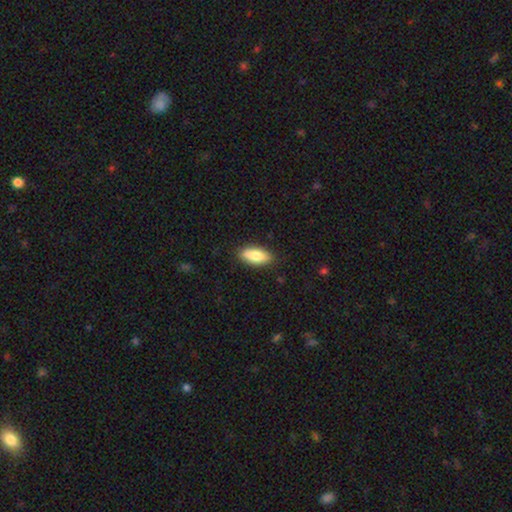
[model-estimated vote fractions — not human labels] A smooth galaxy with no disk features (79%) that is in between round and cigar-shaped (78%).

Vote fractions:
- Smooth or featured? smooth: 79% / featured or disk: 15% / star or artifact: 6%
- How rounded? in between: 78% / cigar-shaped: 20% / round: 2%
- Merging? none: 87% / minor disturbance: 10% / major disturbance: 2% / merger: 1%